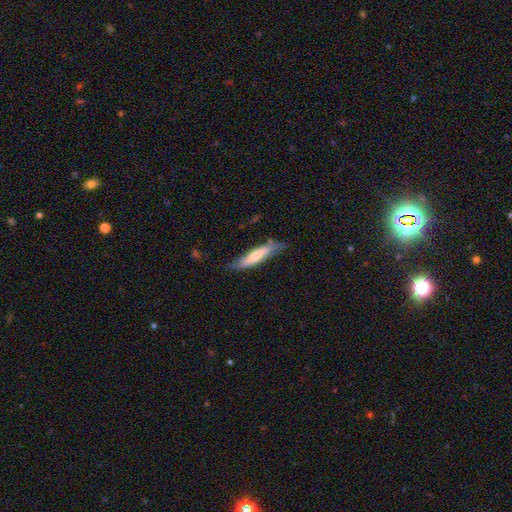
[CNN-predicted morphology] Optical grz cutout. It shows a smooth galaxy with no disk features (65%) that is cigar-shaped (82%). Merging: none (70%).